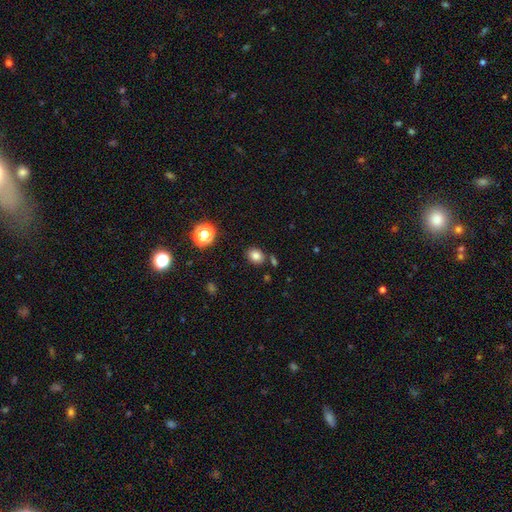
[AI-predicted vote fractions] Smooth or featured? smooth (80%)
How rounded? round (54%)
Merging? none (79%)